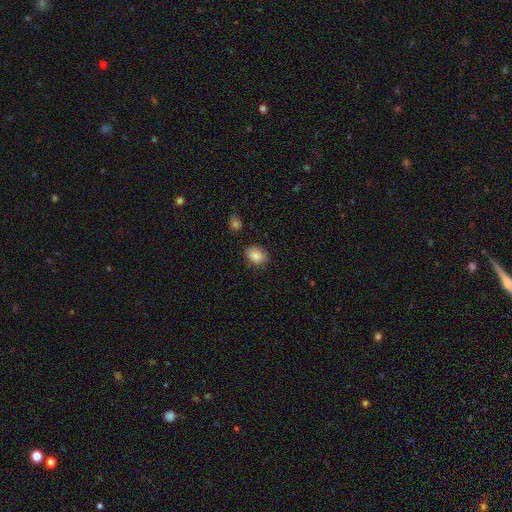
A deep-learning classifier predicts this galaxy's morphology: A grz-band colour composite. It shows a smooth galaxy with no disk features (86%) that is in between round and cigar-shaped (68%). Merging: none (80%).